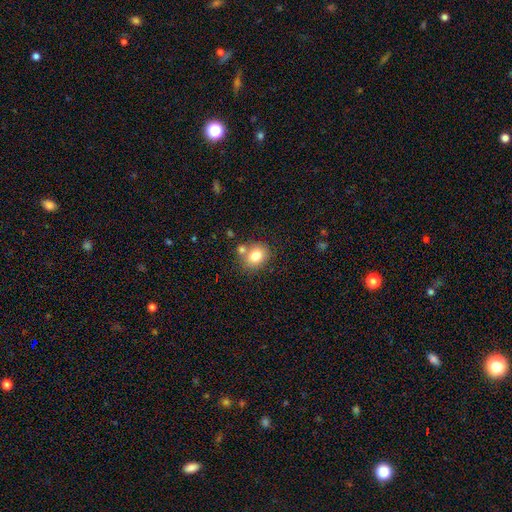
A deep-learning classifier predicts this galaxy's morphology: Overall: smooth (79%). How rounded: round (60%; in between 39%). Merging: none (66%).